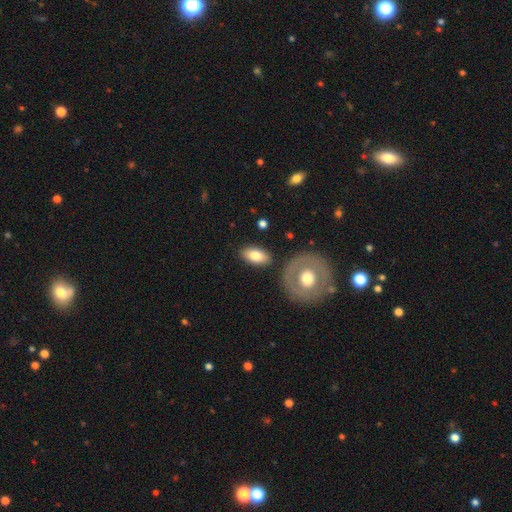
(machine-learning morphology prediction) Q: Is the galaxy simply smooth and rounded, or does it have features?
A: smooth — 74%.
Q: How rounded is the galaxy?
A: in between — 90%.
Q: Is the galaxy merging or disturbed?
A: none — 84%.